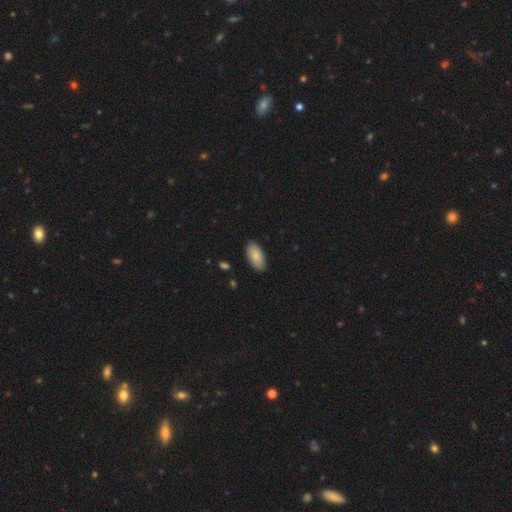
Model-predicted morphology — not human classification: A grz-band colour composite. It shows a smooth galaxy with no disk features (85%) that is in between round and cigar-shaped (93%). Merging: none (85%).